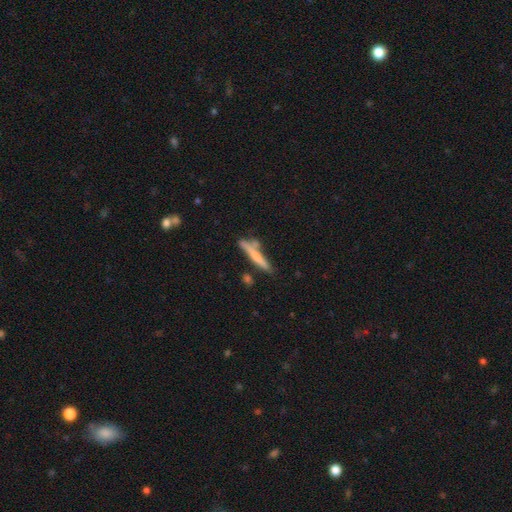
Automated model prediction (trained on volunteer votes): A smooth galaxy with no disk features (59%) that is cigar-shaped (93%). Merging: none (68%).